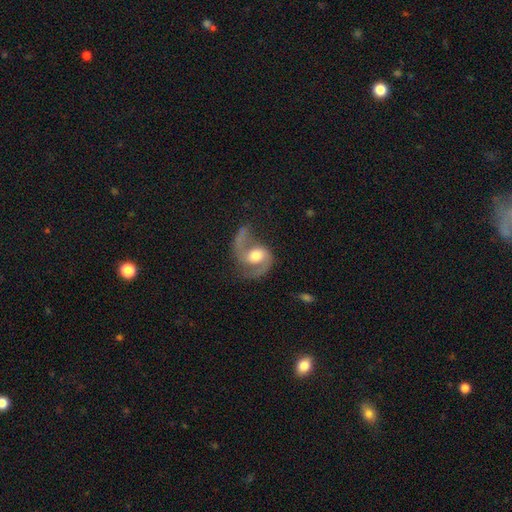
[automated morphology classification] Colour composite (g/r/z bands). It shows a featured or disk galaxy (84%) with no bar (56%), 2 (83%) medium (49%) spiral arms (95%) and a moderate central bulge (62%). Merging: none (51%).